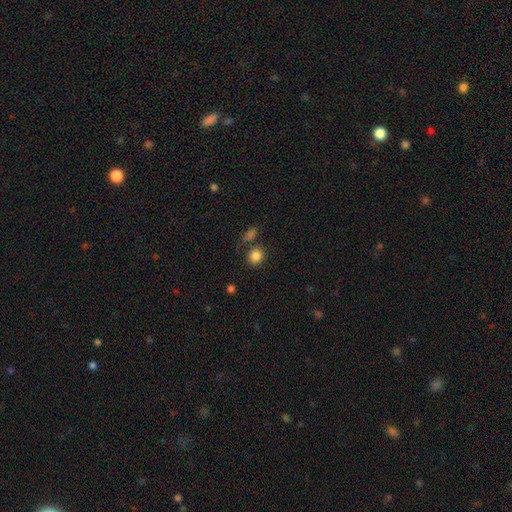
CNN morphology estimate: Smooth or featured? smooth (85%)
How rounded? round (83%)
Merging? none (73%)